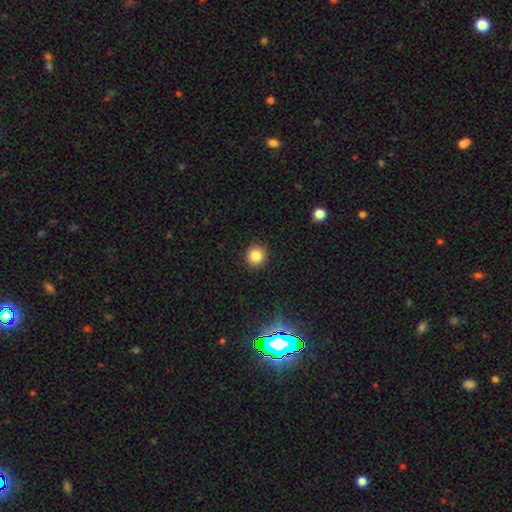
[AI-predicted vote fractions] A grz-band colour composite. It shows a smooth galaxy with no disk features (84%) that is round (91%). Merging: none (91%).